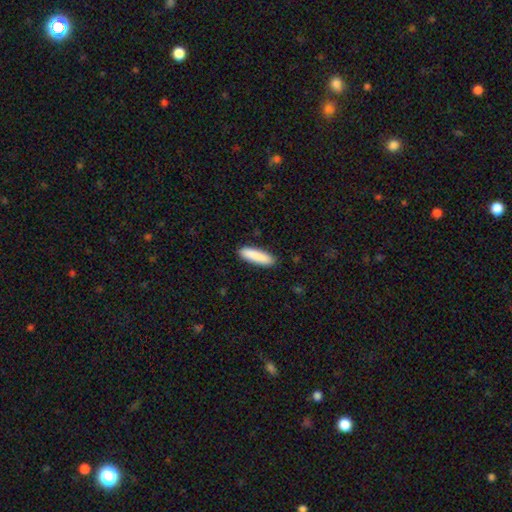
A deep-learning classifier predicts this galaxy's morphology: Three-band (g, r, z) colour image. It shows a smooth galaxy with no disk features (89%) that is cigar-shaped (67%). Merging: none (89%).